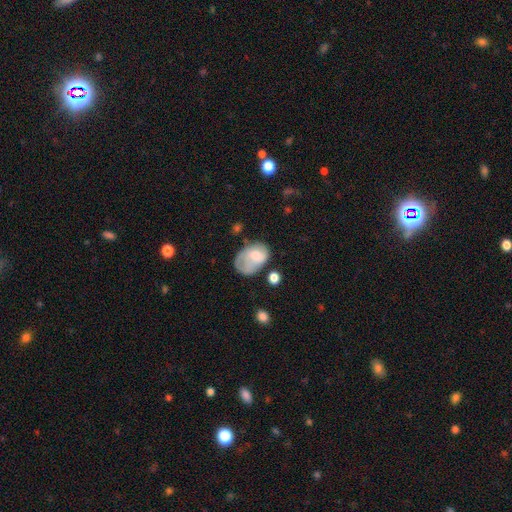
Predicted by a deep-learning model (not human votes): Smooth or featured? Predicted: smooth (p=0.60). How rounded? Predicted: in between (p=0.79). Merging? Predicted: minor disturbance (p=0.33).